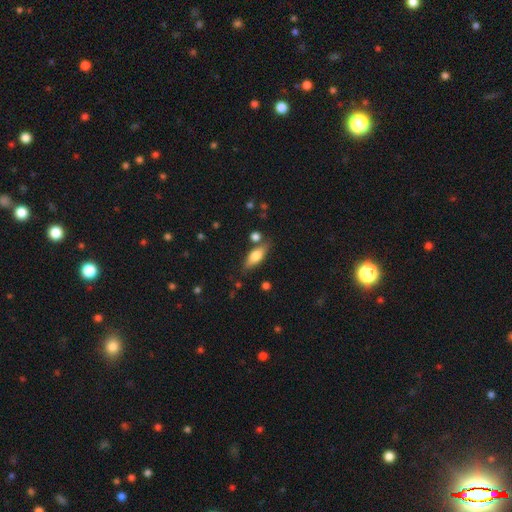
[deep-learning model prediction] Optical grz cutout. It shows a smooth galaxy with no disk features (66%) that is in between round and cigar-shaped (66%). Merging: none (74%).